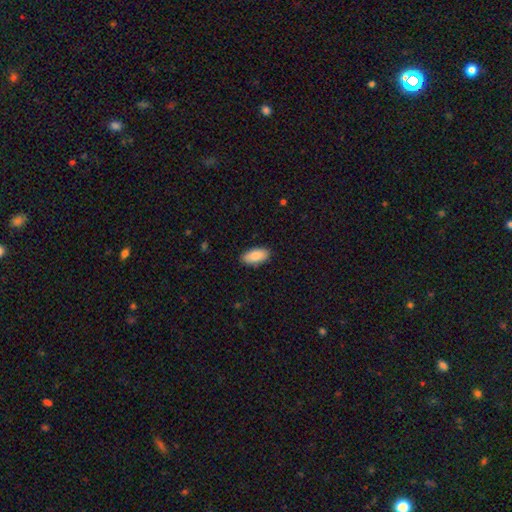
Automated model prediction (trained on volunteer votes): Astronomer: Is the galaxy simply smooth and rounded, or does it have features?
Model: smooth — 90%.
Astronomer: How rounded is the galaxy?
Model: in between — 92%.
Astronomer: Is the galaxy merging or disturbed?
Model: none — 88%.